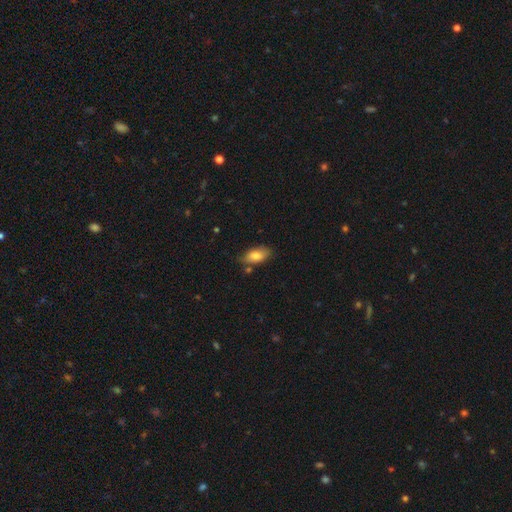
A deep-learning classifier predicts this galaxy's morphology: Smooth or featured? Predicted: smooth (p=0.81). How rounded? Predicted: in between (p=0.91). Merging? Predicted: none (p=0.72).